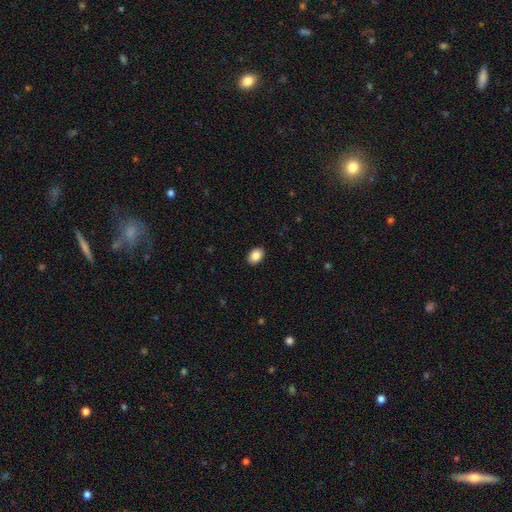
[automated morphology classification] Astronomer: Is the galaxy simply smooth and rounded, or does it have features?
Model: smooth — 87%.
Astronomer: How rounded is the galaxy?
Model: in between — 79%.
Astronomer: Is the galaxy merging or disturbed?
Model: none — 90%.